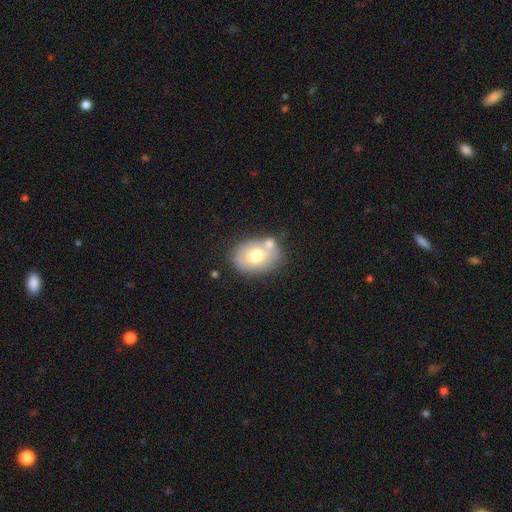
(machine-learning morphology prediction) Smooth or featured: smooth — 65% (featured or disk — 27%)
How rounded: in between — 70% (round — 29%)
Merging: none — 55% (merger — 23%)